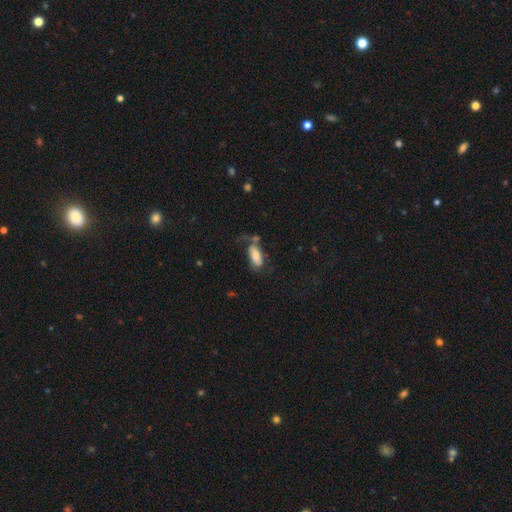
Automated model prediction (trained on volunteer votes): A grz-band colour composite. It shows a smooth galaxy with no disk features (74%) that is in between round and cigar-shaped (86%). Merging: none (37%).